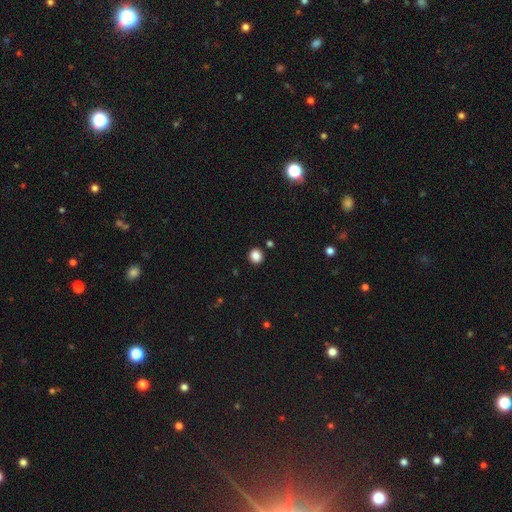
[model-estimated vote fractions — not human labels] A smooth galaxy with no disk features (86%) that is round (87%). Merging: none (91%).